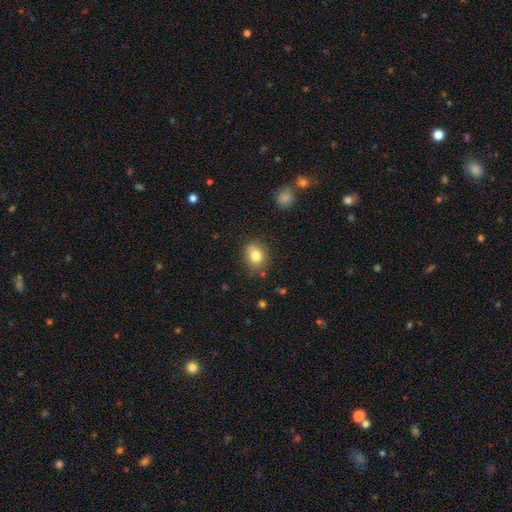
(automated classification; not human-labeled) Smooth or featured? smooth (80%)
How rounded? round (54%)
Merging? none (75%)